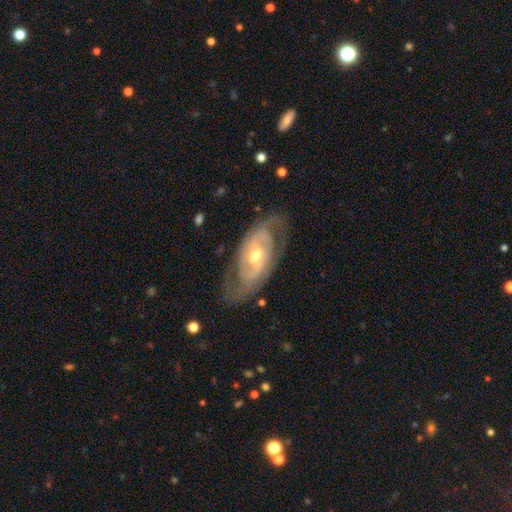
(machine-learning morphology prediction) type=featured or disk (83%); edge-on=no (93%); bar=no (46%); spiral arms=yes (86%); winding=tight (43%); arm count=2 (76%); bulge=moderate (69%); merging=none (72%).